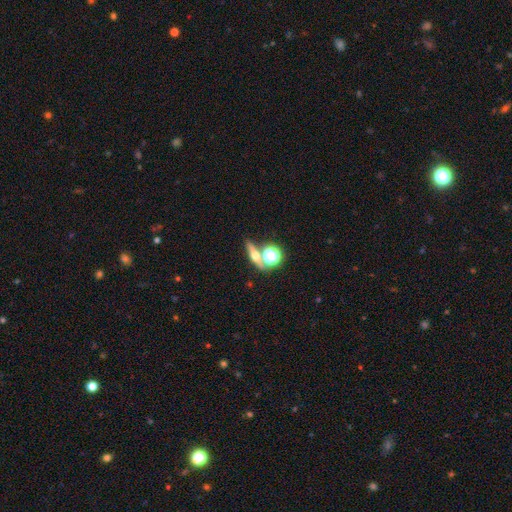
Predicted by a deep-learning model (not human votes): The model was most divided on "smooth or featured": featured or disk: 42%, smooth: 40%, star or artifact: 18%. More confident: merging — none (68%).